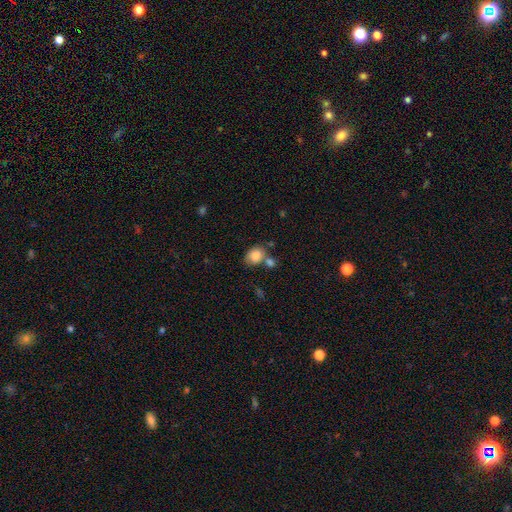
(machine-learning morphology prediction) A smooth galaxy with no disk features (83%) that is in between round and cigar-shaped (64%). Merging: none (46%).